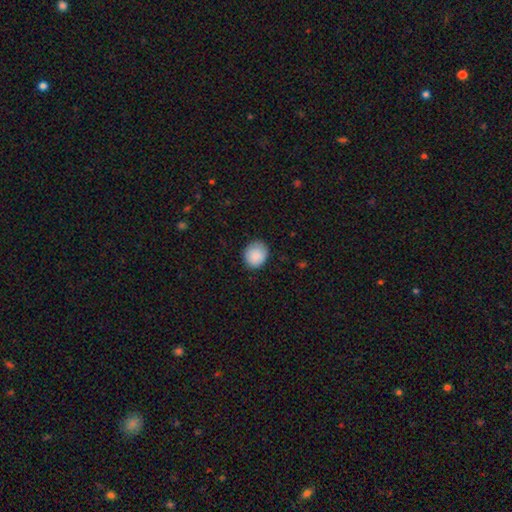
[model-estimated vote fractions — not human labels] The model was most divided on "how rounded": round: 78%, in between: 21%, cigar-shaped: 1%. More confident: smooth or featured — smooth (89%); merging — none (84%).